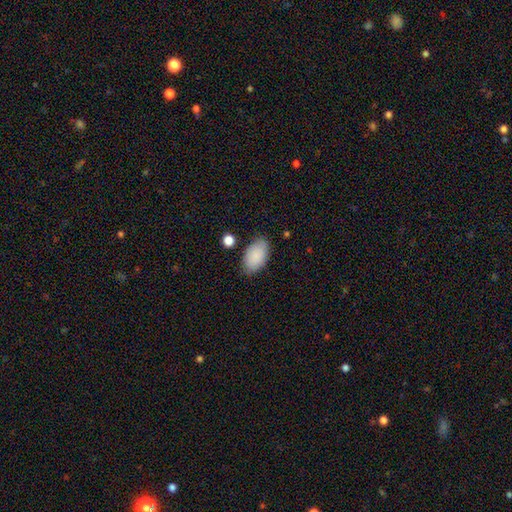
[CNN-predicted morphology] Q: Smooth or featured?
A: smooth (89%); runner-up: star or artifact (6%)
Q: How rounded?
A: in between (95%); runner-up: round (4%)
Q: Merging?
A: none (81%); runner-up: minor disturbance (13%)